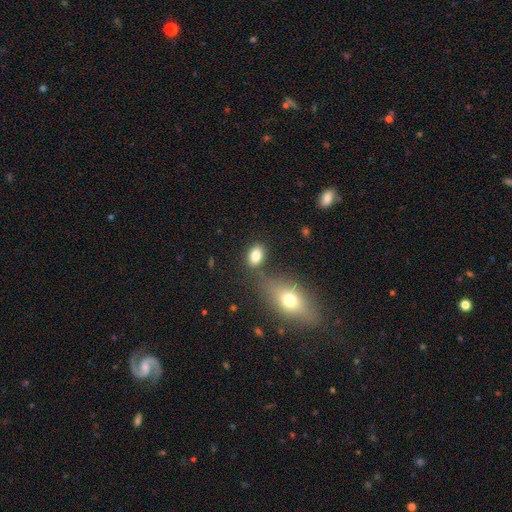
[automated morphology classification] type=smooth (82%); roundness=in between (83%); merging=none (69%).